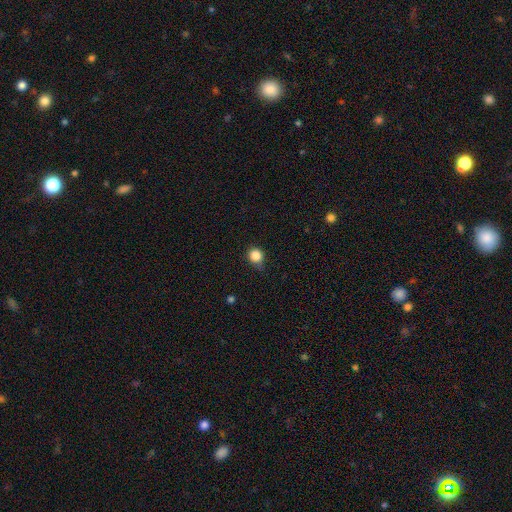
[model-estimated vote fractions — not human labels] Overall: smooth (85%). How rounded: round (85%). Merging: none (71%).